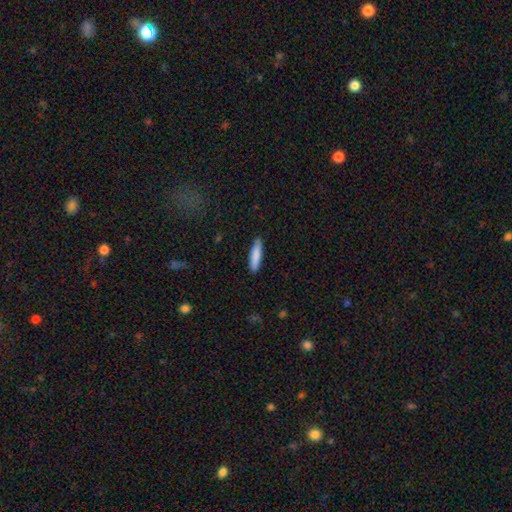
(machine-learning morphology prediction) This appears to be a smooth galaxy with no disk features (85%) that is cigar-shaped (82%). Merging: none (88%).